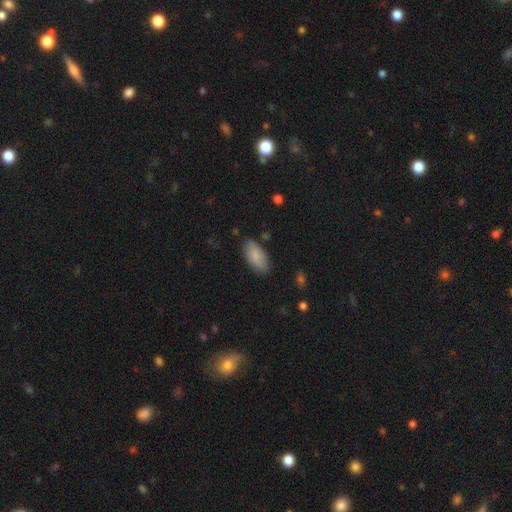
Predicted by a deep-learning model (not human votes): This is clearly a smooth galaxy (84%). How rounded: clearly in between (91%). Merging: clearly none (81%).